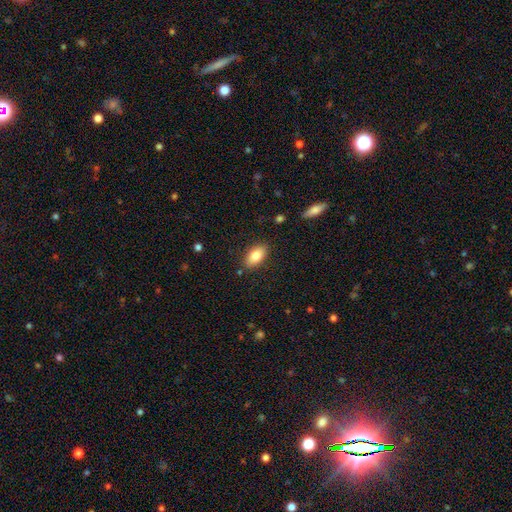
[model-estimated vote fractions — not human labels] A smooth galaxy with no disk features (81%) that is in between round and cigar-shaped (90%).

Vote fractions:
- Smooth or featured? smooth: 81% / featured or disk: 12% / star or artifact: 7%
- How rounded? in between: 90% / round: 5% / cigar-shaped: 5%
- Merging? none: 86% / minor disturbance: 10% / major disturbance: 2% / merger: 2%